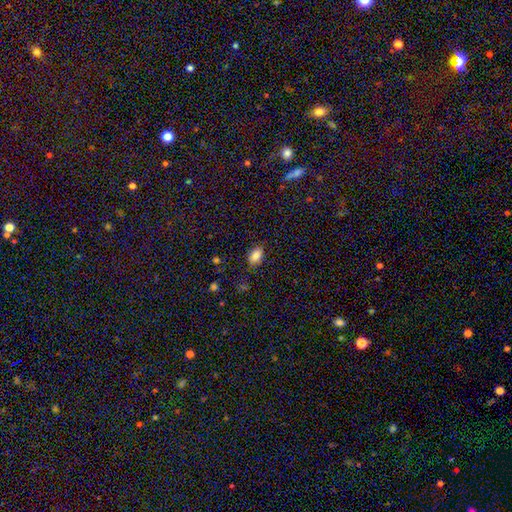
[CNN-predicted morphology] Smooth or featured? smooth (83%)
How rounded? in between (88%)
Merging? none (83%)